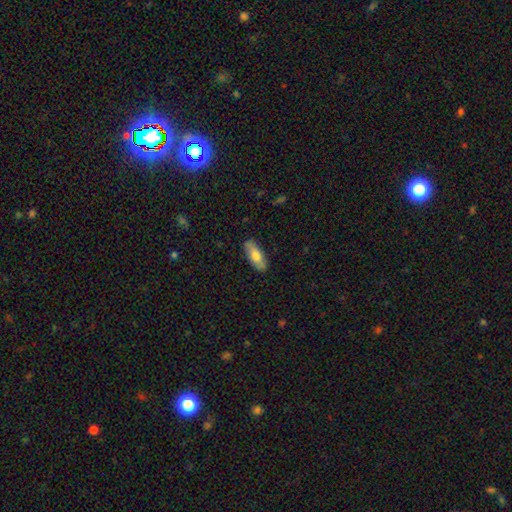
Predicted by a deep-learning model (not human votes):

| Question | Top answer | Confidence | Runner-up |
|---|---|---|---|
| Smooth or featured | smooth | 69% | featured or disk (25%) |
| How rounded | in between | 73% | cigar-shaped (24%) |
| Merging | none | 87% | minor disturbance (10%) |